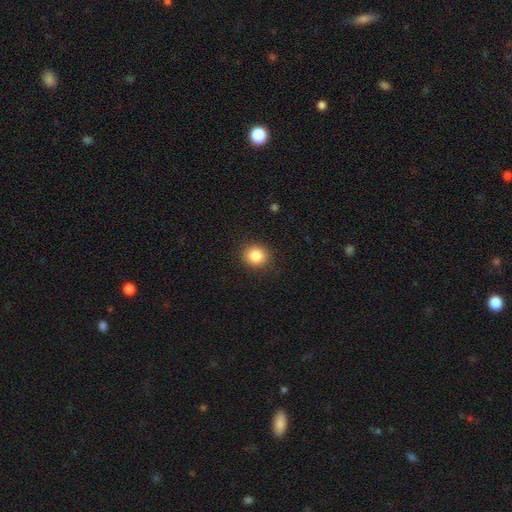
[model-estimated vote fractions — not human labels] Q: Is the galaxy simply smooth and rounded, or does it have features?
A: smooth — 85%.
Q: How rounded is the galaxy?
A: round — 83%.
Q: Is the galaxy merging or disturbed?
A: none — 90%.